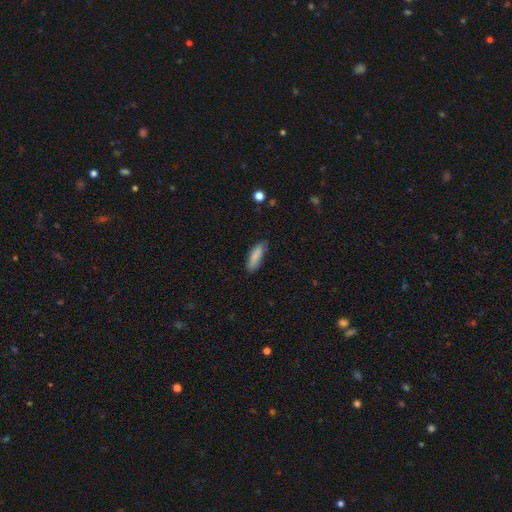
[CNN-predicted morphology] smooth_or_featured: smooth (p=0.85) [alt: featured or disk p=0.09]
how_rounded: in between (p=0.52) [alt: cigar-shaped p=0.47]
merging: none (p=0.77) [alt: minor disturbance p=0.19]